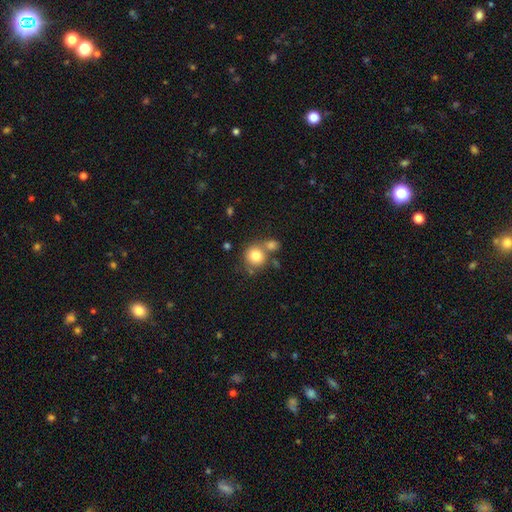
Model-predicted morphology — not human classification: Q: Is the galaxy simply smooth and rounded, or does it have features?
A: smooth — 79%.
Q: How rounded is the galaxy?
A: round — 88%.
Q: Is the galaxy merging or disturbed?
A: none — 57%.